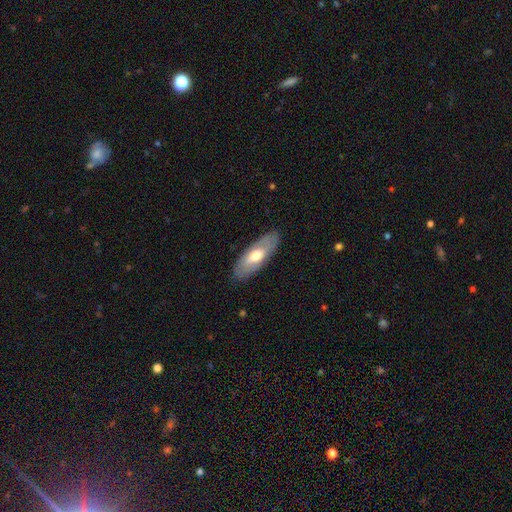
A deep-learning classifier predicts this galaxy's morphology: A smooth galaxy with no disk features (48%). Merging: none (84%).